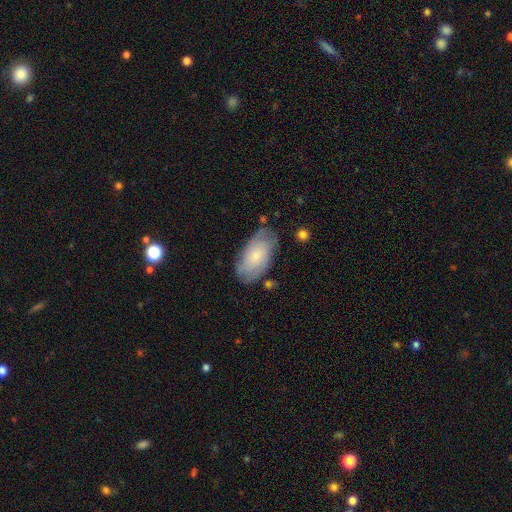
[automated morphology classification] Overall: featured or disk (47%; smooth 45%). Merging: none (72%).